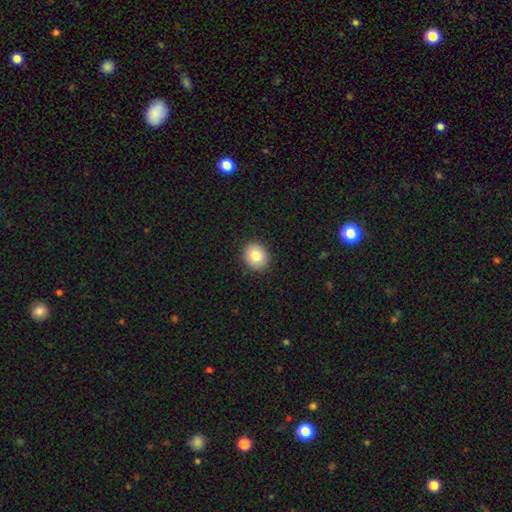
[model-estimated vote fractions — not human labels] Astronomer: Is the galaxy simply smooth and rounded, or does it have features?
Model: smooth — 83%.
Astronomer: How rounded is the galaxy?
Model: round — 67%.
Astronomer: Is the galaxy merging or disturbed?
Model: none — 90%.